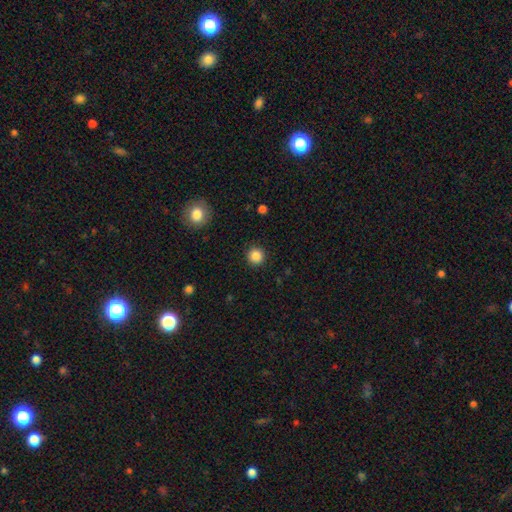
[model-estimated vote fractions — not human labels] This appears to be a smooth galaxy with no disk features (86%) that is round (95%). Merging: none (92%).